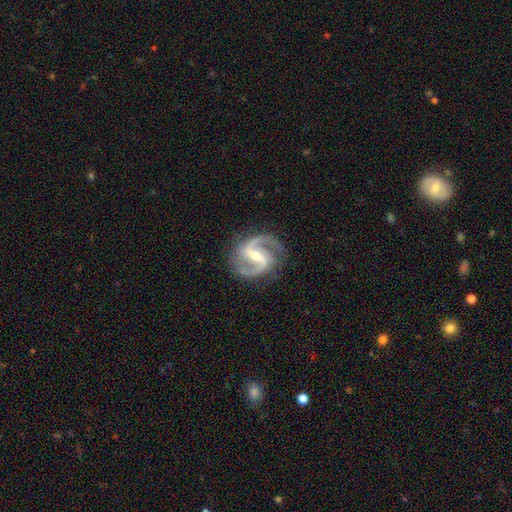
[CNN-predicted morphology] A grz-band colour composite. It shows a featured or disk galaxy (93%) with a strong bar (45%), 2 (93%) medium (66%) spiral arms (99%) and a small central bulge (48%). Merging: none (83%).